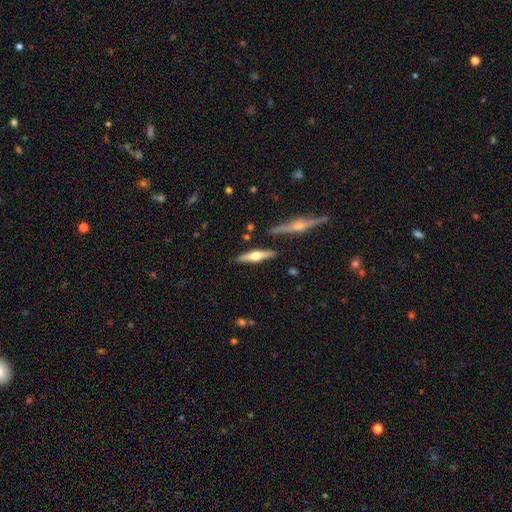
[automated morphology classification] A featured or disk galaxy (62%) viewed edge-on (96%) with a rounded central bulge (94%).

Vote fractions:
- Smooth or featured? featured or disk: 62% / smooth: 32% / star or artifact: 6%
- Edge-on disk? yes: 96% / no: 4%
- Edge-on bulge? rounded: 94% / boxy: 4% / none: 2%
- Merging? none: 82% / minor disturbance: 10% / merger: 5% / major disturbance: 2%